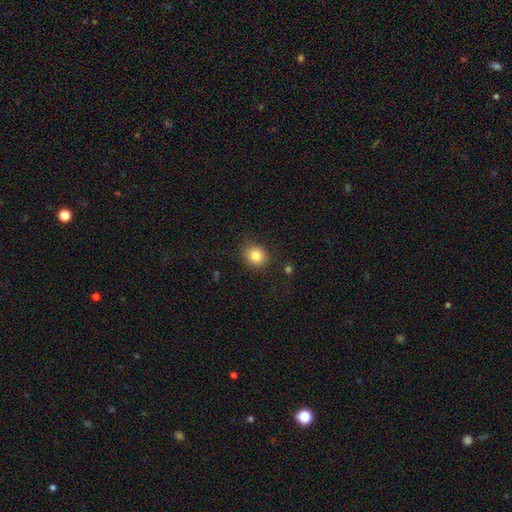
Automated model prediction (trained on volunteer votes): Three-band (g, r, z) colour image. It shows a smooth galaxy with no disk features (83%) that is round (70%). Merging: none (85%).